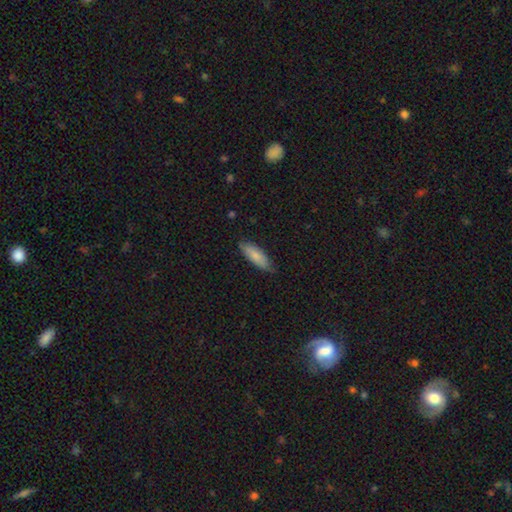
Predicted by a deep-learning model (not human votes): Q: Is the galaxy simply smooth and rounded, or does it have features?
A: smooth — 81%.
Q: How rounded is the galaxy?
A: in between — 61%.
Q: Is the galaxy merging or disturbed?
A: none — 77%.